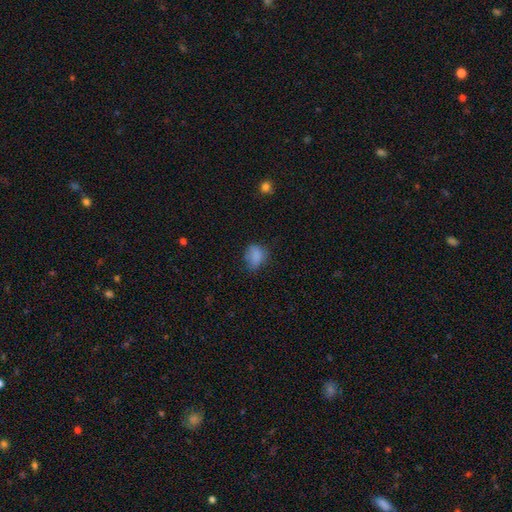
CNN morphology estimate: Smooth or featured: smooth — 81% (star or artifact — 11%)
How rounded: in between — 57% (round — 41%)
Merging: none — 56% (minor disturbance — 32%)